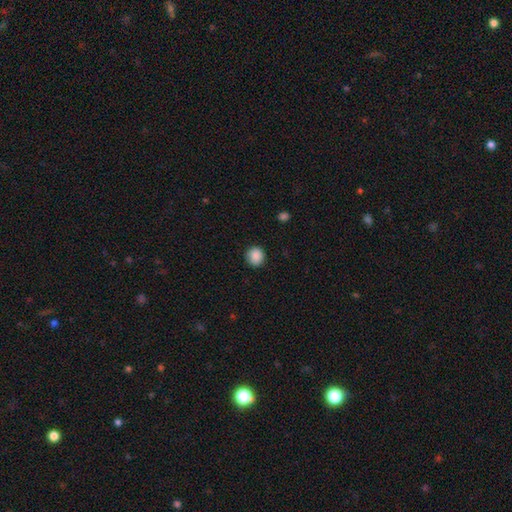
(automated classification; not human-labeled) smooth-or-featured: smooth: 88% | star or artifact: 9% | featured or disk: 3%
  how-rounded: round: 90% | in between: 10% | cigar-shaped: 1%
  merging: none: 89% | minor disturbance: 8% | major disturbance: 2% | merger: 1%